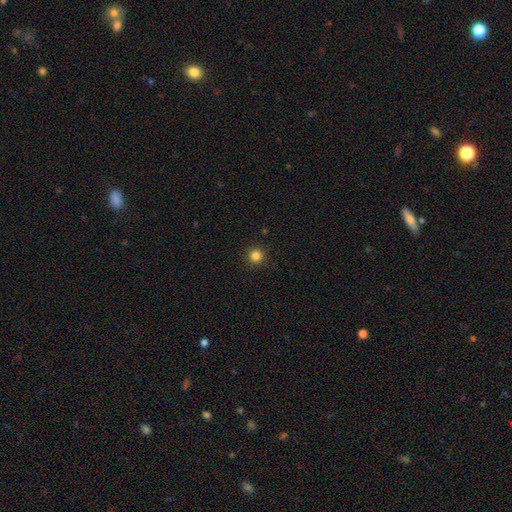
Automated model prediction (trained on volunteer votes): smooth_or_featured: smooth (p=0.83) [alt: star or artifact p=0.13]
how_rounded: round (p=0.96) [alt: in between p=0.04]
merging: none (p=0.92) [alt: minor disturbance p=0.05]